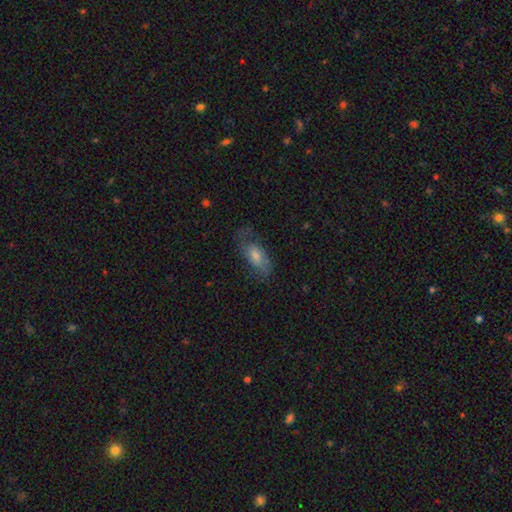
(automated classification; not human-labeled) Smooth or featured: featured or disk — 51% (smooth — 39%)
Edge-on disk: no — 88% (yes — 12%)
Merging: none — 62% (minor disturbance — 21%)